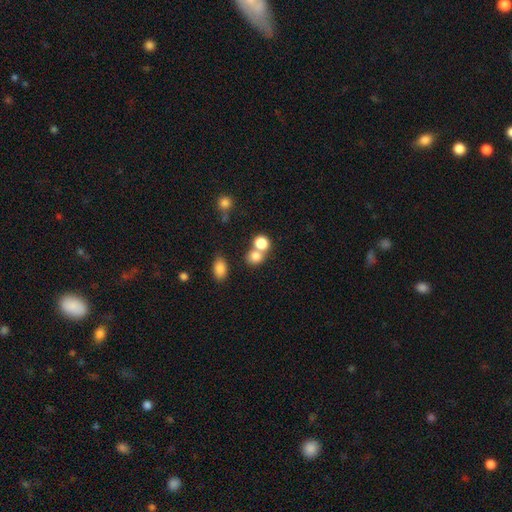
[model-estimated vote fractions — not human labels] This is likely a smooth galaxy (79%). How rounded: likely round (69%). Merging: marginally merger (45%).